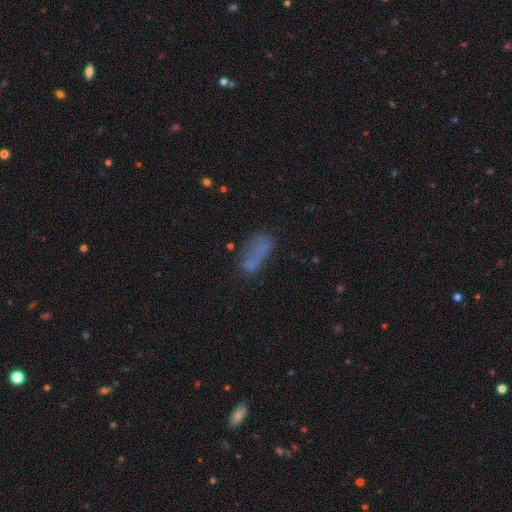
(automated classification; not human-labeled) smooth-or-featured: smooth: 64% | featured or disk: 21% | star or artifact: 16%
  how-rounded: in between: 69% | cigar-shaped: 27% | round: 4%
  merging: none: 50% | minor disturbance: 22% | major disturbance: 17% | merger: 11%